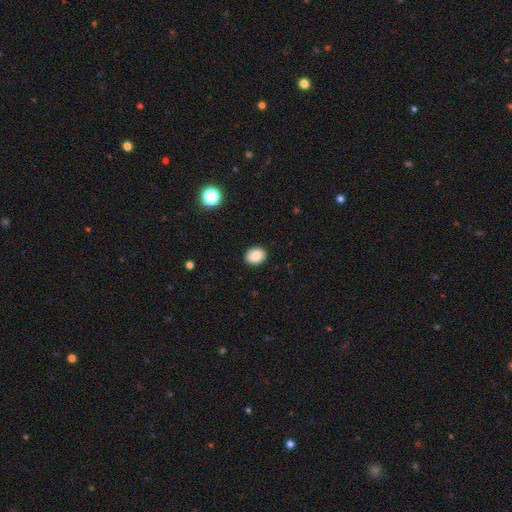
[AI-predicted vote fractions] smooth 83%, star or artifact 9%, featured or disk 8%. Down the decision tree: how rounded — in between (50%); merging — none (90%).